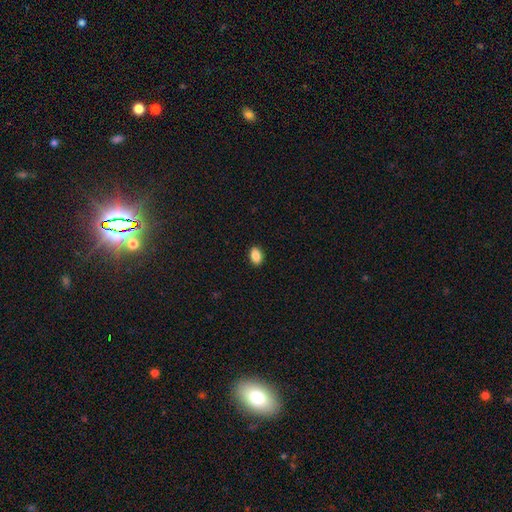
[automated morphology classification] Q: Smooth or featured?
A: smooth (89%); runner-up: star or artifact (8%)
Q: How rounded?
A: in between (85%); runner-up: round (13%)
Q: Merging?
A: none (91%); runner-up: minor disturbance (7%)